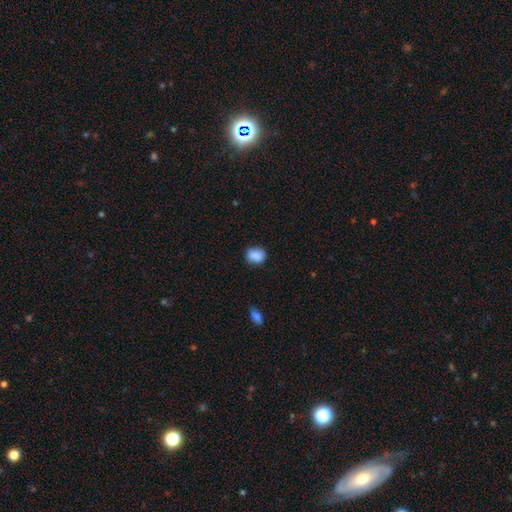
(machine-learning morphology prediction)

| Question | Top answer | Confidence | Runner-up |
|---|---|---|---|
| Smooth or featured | smooth | 85% | star or artifact (8%) |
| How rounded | in between | 50% | round (48%) |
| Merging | none | 74% | minor disturbance (19%) |